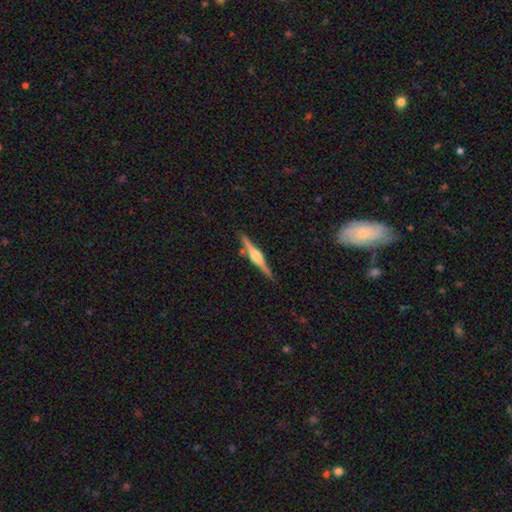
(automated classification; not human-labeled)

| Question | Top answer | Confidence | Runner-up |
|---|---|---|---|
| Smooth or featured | featured or disk | 78% | smooth (16%) |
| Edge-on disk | yes | 98% | no (2%) |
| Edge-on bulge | rounded | 83% | boxy (13%) |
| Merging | none | 88% | minor disturbance (8%) |